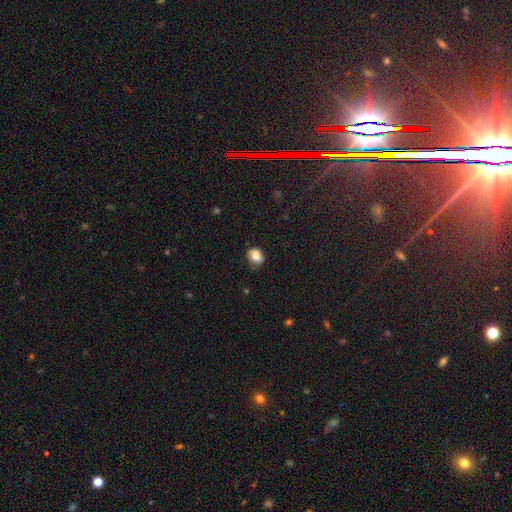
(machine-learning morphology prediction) A smooth galaxy with no disk features (84%) that is in between round and cigar-shaped (51%). Merging: none (63%).